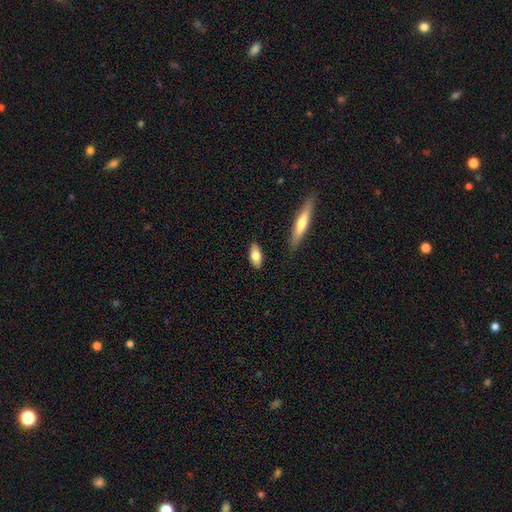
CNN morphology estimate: Smooth or featured?
  - smooth: 76% *
  - featured or disk: 18%
  - star or artifact: 6%
How rounded?
  - in between: 81% *
  - cigar-shaped: 17%
  - round: 3%
Merging?
  - none: 86% *
  - minor disturbance: 10%
  - major disturbance: 2%
  - merger: 2%